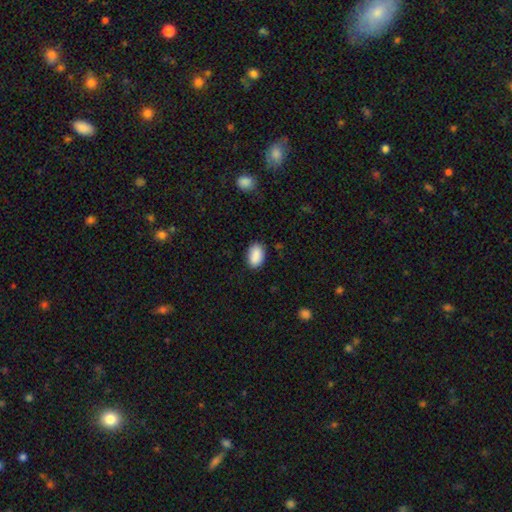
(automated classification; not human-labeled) smooth 90%, star or artifact 7%, featured or disk 3%. Down the decision tree: how rounded — in between (91%); merging — none (86%).